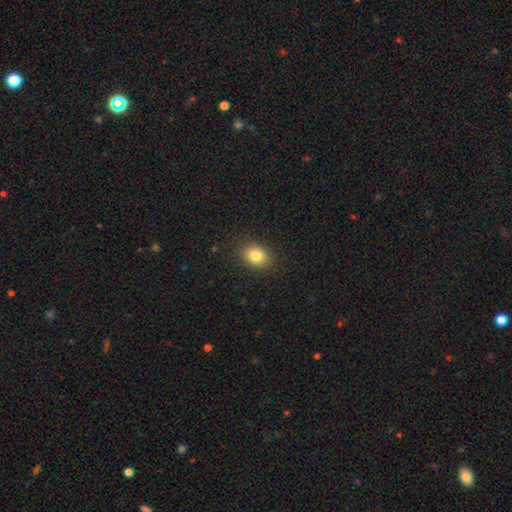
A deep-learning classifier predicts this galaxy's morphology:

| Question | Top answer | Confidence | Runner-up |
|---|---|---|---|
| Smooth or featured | smooth | 83% | star or artifact (10%) |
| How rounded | in between | 57% | round (42%) |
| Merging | none | 88% | minor disturbance (8%) |